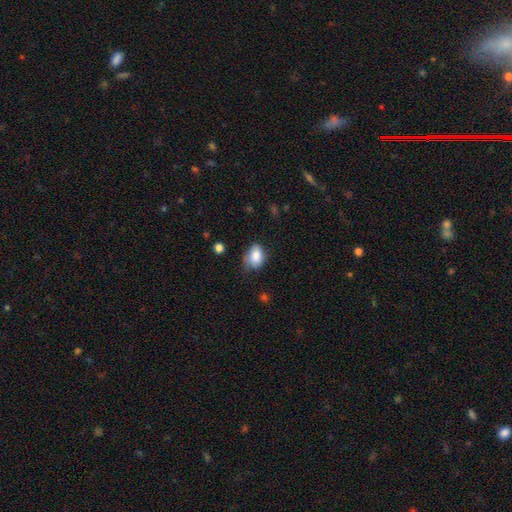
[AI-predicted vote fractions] A smooth galaxy with no disk features (84%) that is in between round and cigar-shaped (77%). Merging: none (54%).